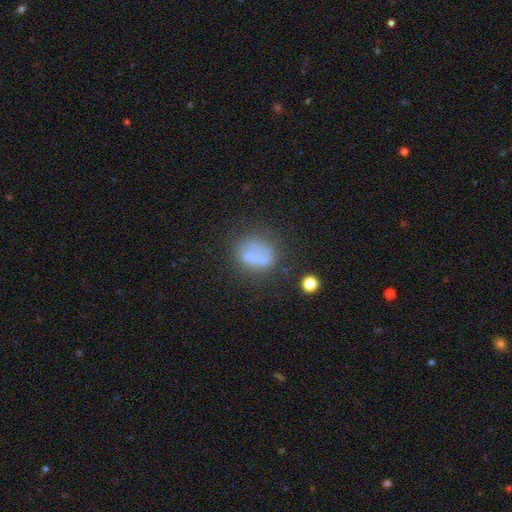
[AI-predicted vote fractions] smooth 62%, featured or disk 25%, star or artifact 14%. Down the decision tree: how rounded — round (55%); merging — none (48%).